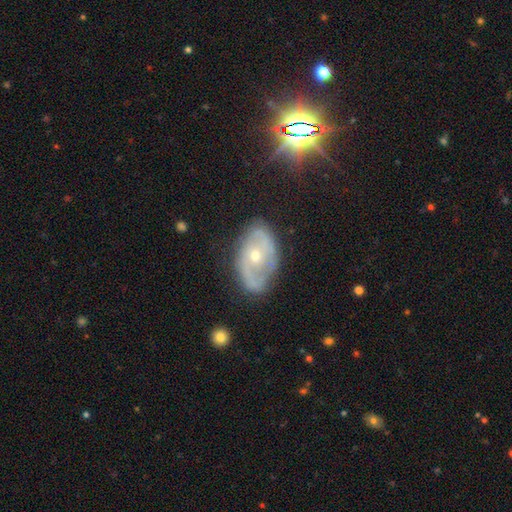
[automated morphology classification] type=featured or disk (74%); edge-on=no (94%); bar=no (69%); spiral arms=yes (75%); winding=medium (40%); arm count=2 (60%); bulge=small (52%); merging=none (69%).